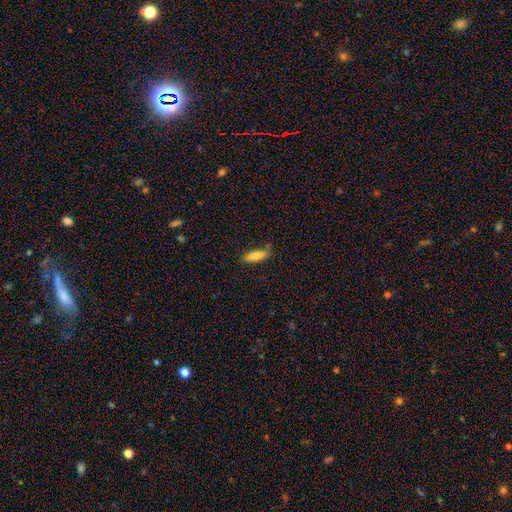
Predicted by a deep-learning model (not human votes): Smooth or featured? Predicted: smooth (p=0.83). How rounded? Predicted: in between (p=0.51). Merging? Predicted: none (p=0.81).